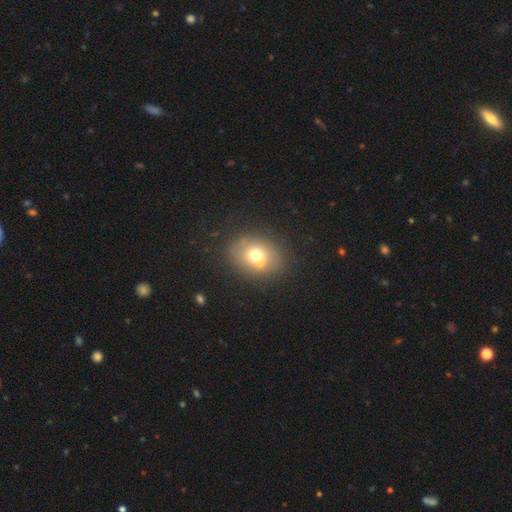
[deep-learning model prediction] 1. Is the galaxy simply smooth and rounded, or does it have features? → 66% smooth, 21% featured or disk, 13% star or artifact.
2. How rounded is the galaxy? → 51% round, 48% in between, 1% cigar-shaped.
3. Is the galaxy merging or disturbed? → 65% none, 17% merger, 14% minor disturbance, 5% major disturbance.